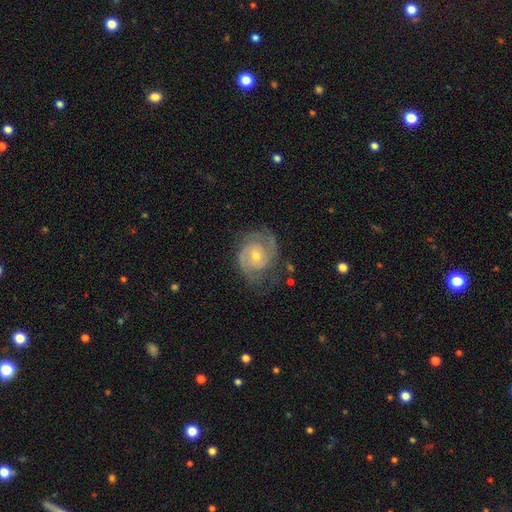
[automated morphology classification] Smooth or featured? Predicted: featured or disk (p=0.81). Edge-on disk? Predicted: no (p=0.97). Bar? Predicted: no (p=0.67). Spiral arms? Predicted: yes (p=0.93). Spiral winding? Predicted: tight (p=0.46). Spiral arm count? Predicted: 2 (p=0.74). Bulge size? Predicted: moderate (p=0.51). Merging? Predicted: none (p=0.66).